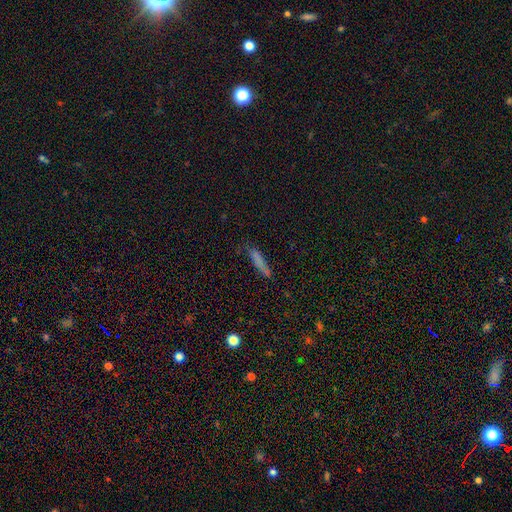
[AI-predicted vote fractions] smooth 71%, featured or disk 17%, star or artifact 12%. Down the decision tree: how rounded — cigar-shaped (88%); merging — none (71%).